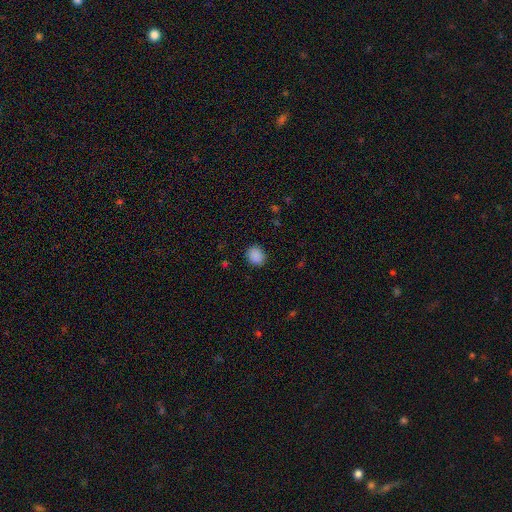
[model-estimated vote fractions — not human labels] The model was most divided on "how rounded": round: 59%, in between: 40%, cigar-shaped: 1%. More confident: smooth or featured — smooth (89%); merging — none (88%).